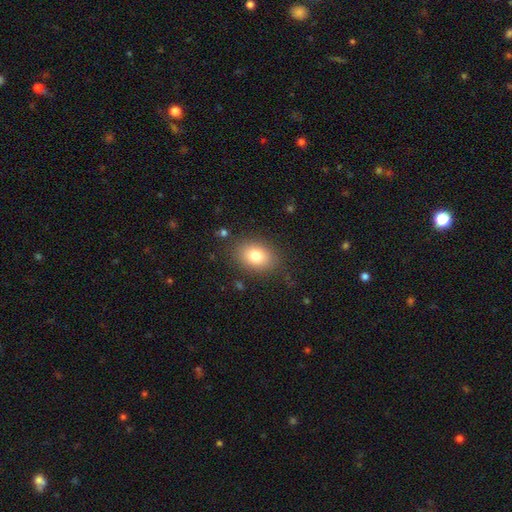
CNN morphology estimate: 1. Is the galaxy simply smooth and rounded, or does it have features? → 80% smooth, 10% featured or disk, 9% star or artifact.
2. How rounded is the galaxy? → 73% in between, 26% round, 1% cigar-shaped.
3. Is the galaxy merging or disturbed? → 83% none, 12% minor disturbance, 4% major disturbance, 2% merger.